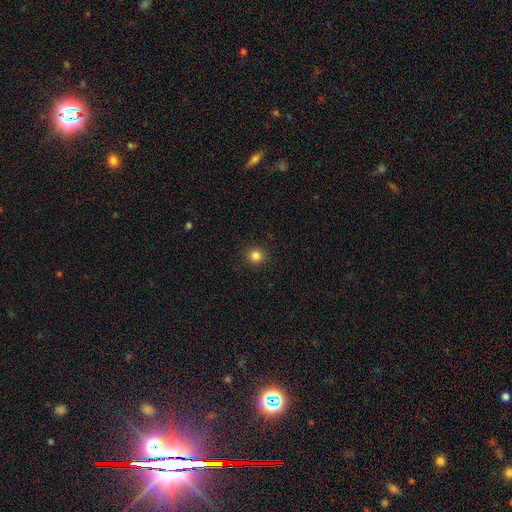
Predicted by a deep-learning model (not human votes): The model was most divided on "smooth or featured": smooth: 84%, star or artifact: 12%, featured or disk: 4%. More confident: merging — none (92%); how rounded — round (91%).